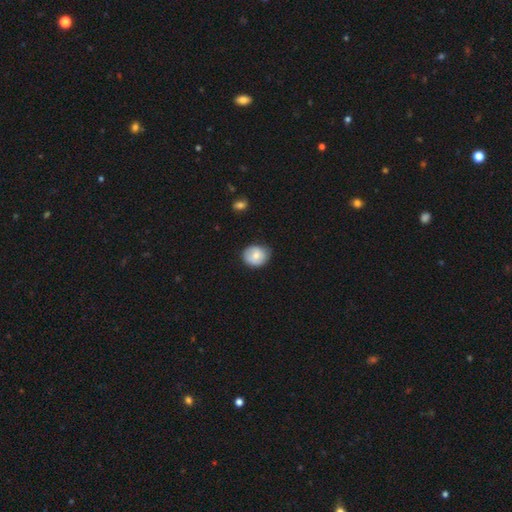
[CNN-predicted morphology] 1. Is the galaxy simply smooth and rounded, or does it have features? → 73% smooth, 20% featured or disk, 7% star or artifact.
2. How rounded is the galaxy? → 71% round, 29% in between, 1% cigar-shaped.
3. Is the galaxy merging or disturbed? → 71% none, 24% minor disturbance, 4% major disturbance, 1% merger.